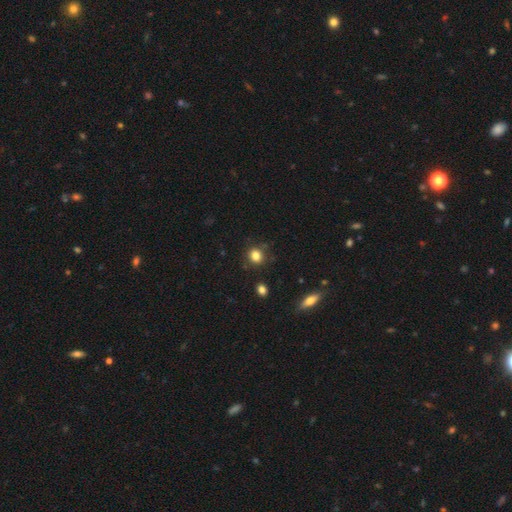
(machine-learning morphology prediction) This is clearly a smooth galaxy (83%). How rounded: likely round (72%). Merging: clearly none (82%).